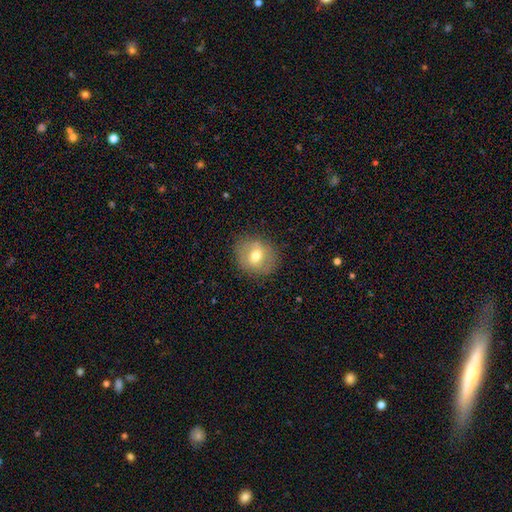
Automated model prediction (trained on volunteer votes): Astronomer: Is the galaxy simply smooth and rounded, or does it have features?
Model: smooth — 59%.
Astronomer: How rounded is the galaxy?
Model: round — 74%.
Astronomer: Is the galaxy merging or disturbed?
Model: none — 85%.